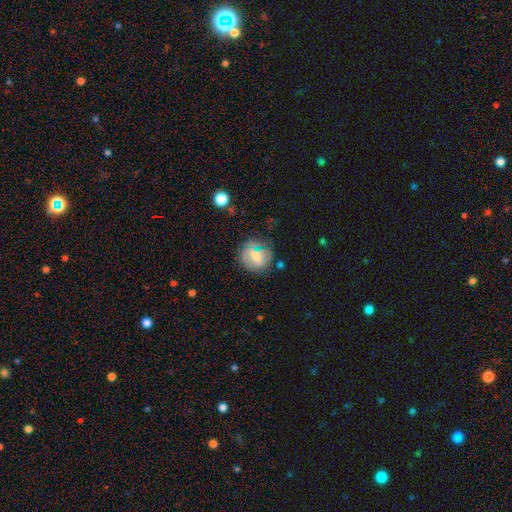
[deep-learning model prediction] Smooth or featured?
  - smooth: 57% *
  - featured or disk: 31%
  - star or artifact: 12%
How rounded?
  - round: 82% *
  - in between: 16%
  - cigar-shaped: 1%
Merging?
  - none: 70% *
  - minor disturbance: 19%
  - major disturbance: 7%
  - merger: 4%